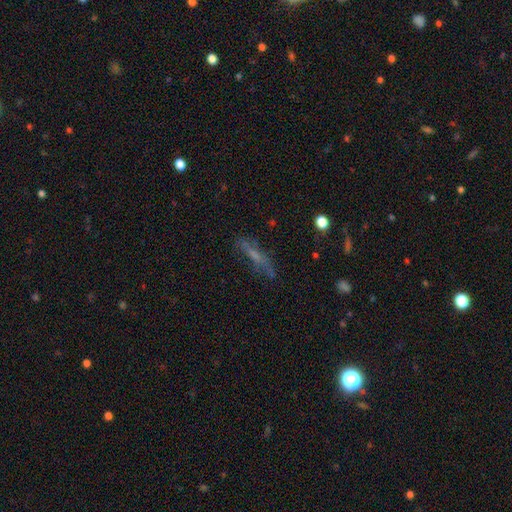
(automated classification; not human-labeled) A featured or disk galaxy (45%). Merging: none (66%).